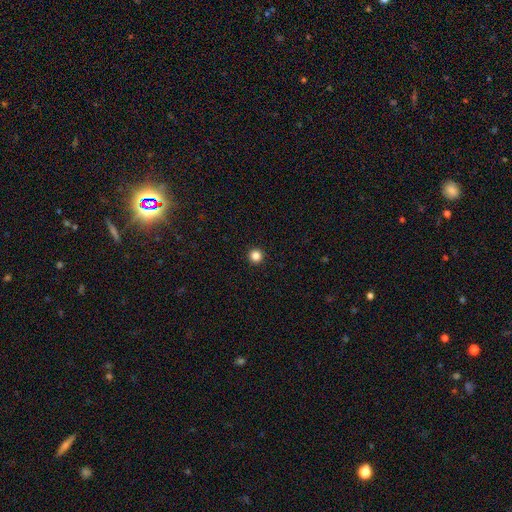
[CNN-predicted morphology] This is clearly a smooth galaxy (85%). How rounded: clearly round (97%). Merging: clearly none (94%).